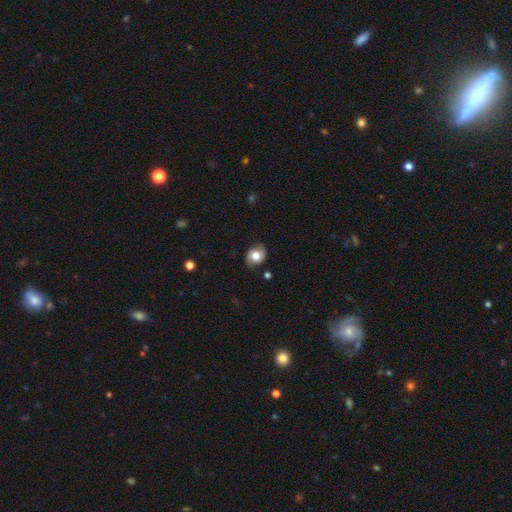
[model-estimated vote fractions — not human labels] A smooth galaxy with no disk features (67%) that is in between round and cigar-shaped (50%).

Vote fractions:
- Smooth or featured? smooth: 67% / featured or disk: 25% / star or artifact: 8%
- How rounded? in between: 50% / round: 49% / cigar-shaped: 1%
- Merging? none: 80% / minor disturbance: 16% / major disturbance: 4% / merger: 1%